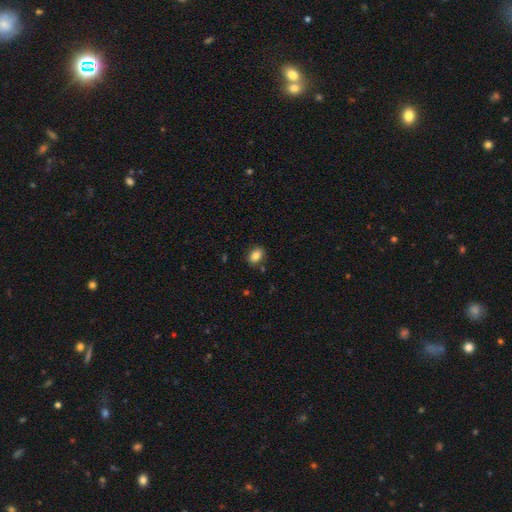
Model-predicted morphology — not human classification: A smooth galaxy with no disk features (84%) that is in between round and cigar-shaped (77%). Merging: none (86%).